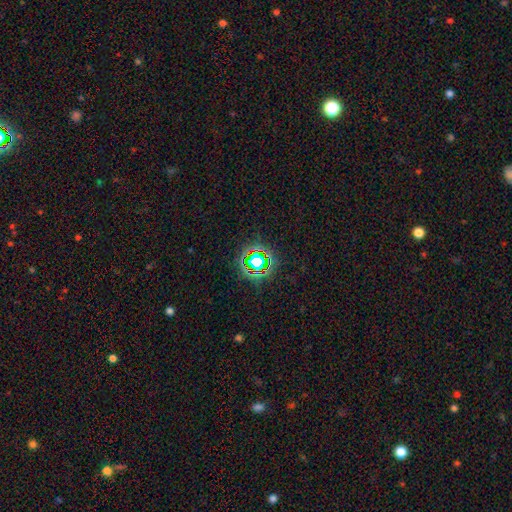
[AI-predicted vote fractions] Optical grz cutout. It shows a star or artifact, not a galaxy (68%).